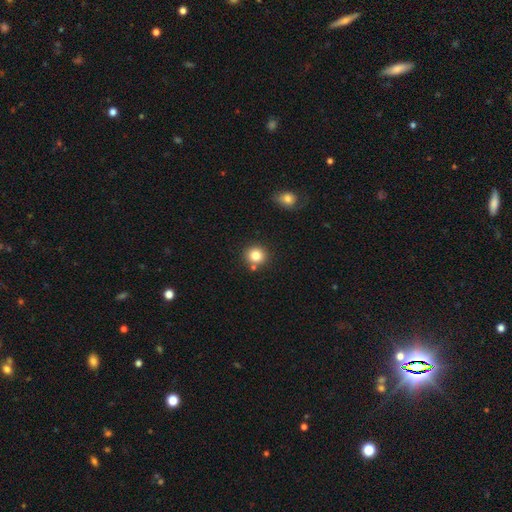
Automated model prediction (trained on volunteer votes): Overall: smooth (82%). How rounded: round (90%). Merging: none (79%).